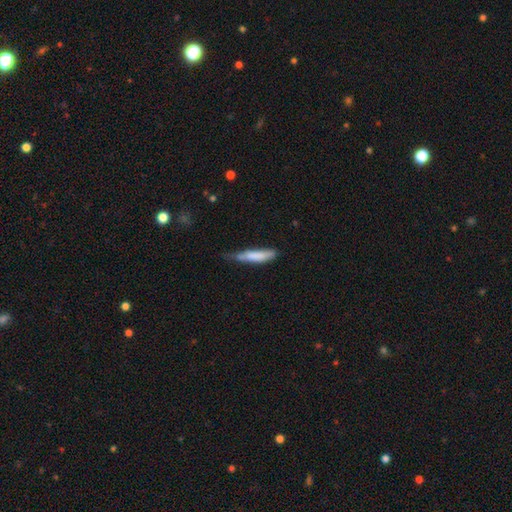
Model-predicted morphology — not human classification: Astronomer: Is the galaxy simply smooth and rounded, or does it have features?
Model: smooth — 75%.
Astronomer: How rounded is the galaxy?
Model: cigar-shaped — 85%.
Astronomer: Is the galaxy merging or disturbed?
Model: none — 42% (runner-up: minor disturbance, 41%).